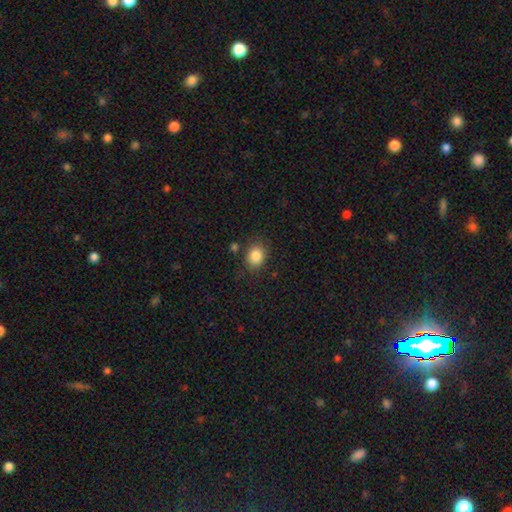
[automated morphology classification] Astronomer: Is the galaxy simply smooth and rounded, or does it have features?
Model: smooth — 86%.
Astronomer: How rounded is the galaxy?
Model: in between — 52% (runner-up: round, 47%).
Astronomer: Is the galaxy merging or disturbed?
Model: none — 80%.